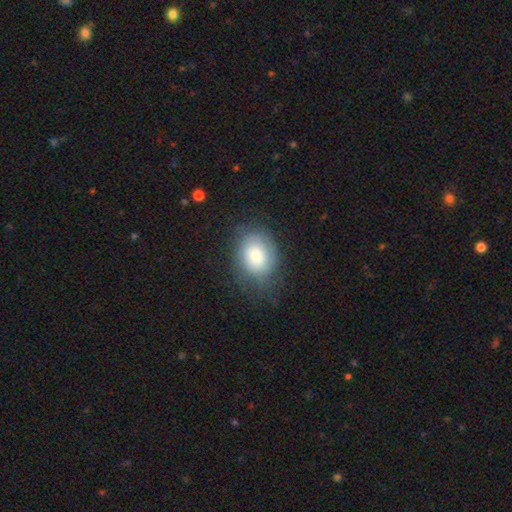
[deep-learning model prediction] This appears to be a smooth galaxy with no disk features (77%) that is in between round and cigar-shaped (60%). Merging: none (65%).